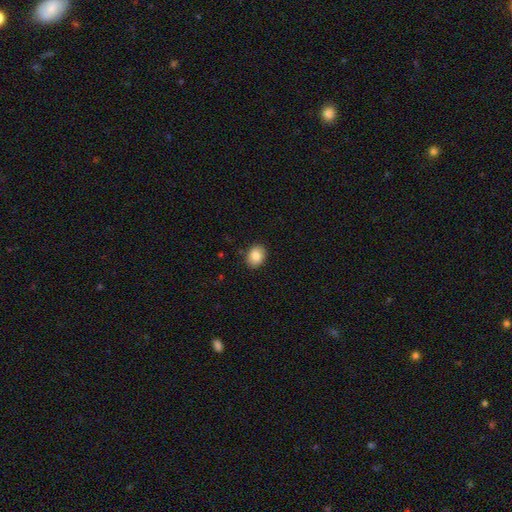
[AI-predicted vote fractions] Q: Smooth or featured?
A: smooth (87%); runner-up: star or artifact (8%)
Q: How rounded?
A: in between (58%); runner-up: round (41%)
Q: Merging?
A: none (87%); runner-up: minor disturbance (10%)